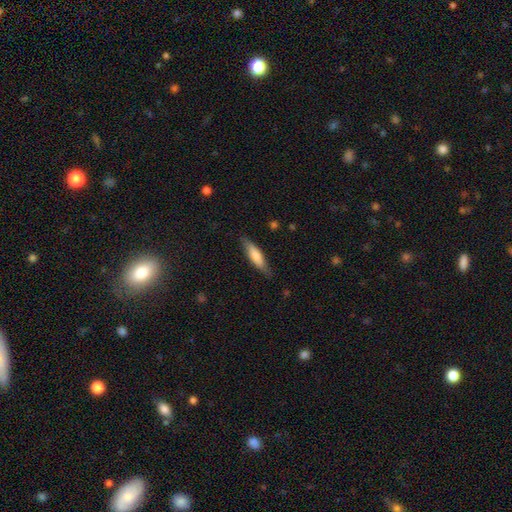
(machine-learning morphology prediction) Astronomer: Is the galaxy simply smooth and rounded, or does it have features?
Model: smooth — 71%.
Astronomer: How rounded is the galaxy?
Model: cigar-shaped — 69%.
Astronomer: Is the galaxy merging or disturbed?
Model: none — 82%.